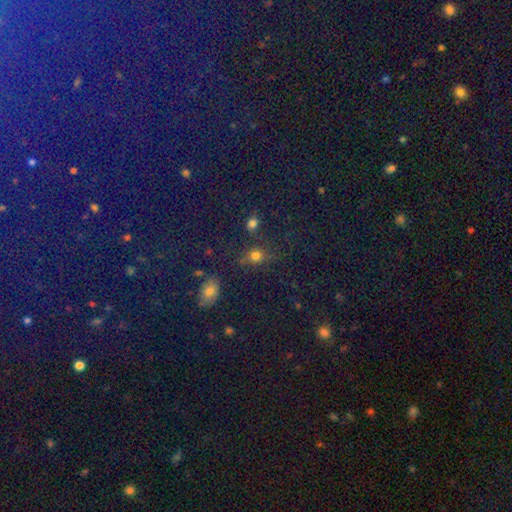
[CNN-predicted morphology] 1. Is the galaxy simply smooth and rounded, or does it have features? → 69% smooth, 23% star or artifact, 7% featured or disk.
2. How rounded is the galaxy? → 76% round, 22% in between, 2% cigar-shaped.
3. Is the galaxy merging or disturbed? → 69% none, 14% minor disturbance, 10% merger, 7% major disturbance.